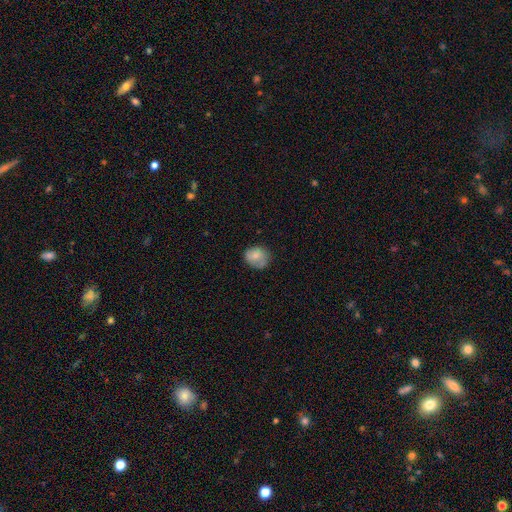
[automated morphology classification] Smooth or featured? smooth (74%)
How rounded? round (65%)
Merging? none (68%)